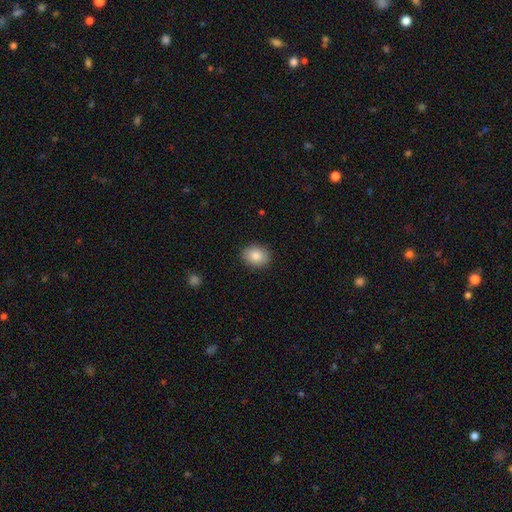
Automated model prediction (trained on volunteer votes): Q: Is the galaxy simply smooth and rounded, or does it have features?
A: smooth — 85%.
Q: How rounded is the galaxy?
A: round — 59%.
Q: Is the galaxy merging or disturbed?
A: none — 90%.